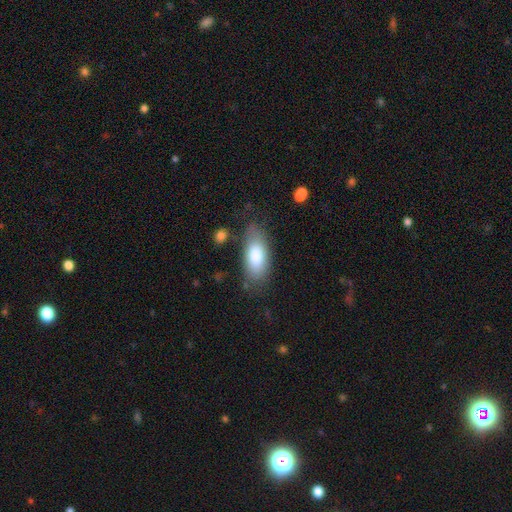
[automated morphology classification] smooth-or-featured: smooth: 81% | featured or disk: 13% | star or artifact: 6%
  how-rounded: in between: 87% | cigar-shaped: 10% | round: 2%
  merging: none: 73% | minor disturbance: 18% | major disturbance: 6% | merger: 3%